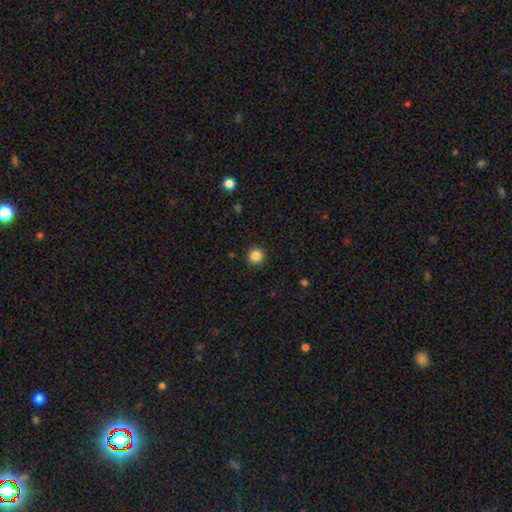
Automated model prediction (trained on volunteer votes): Smooth or featured? Predicted: smooth (p=0.85). How rounded? Predicted: round (p=0.95). Merging? Predicted: none (p=0.91).